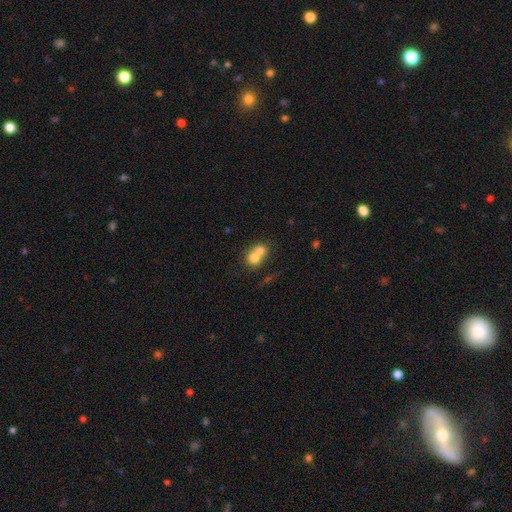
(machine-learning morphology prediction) Q: Smooth or featured?
A: smooth (70%); runner-up: featured or disk (20%)
Q: How rounded?
A: round (73%); runner-up: in between (26%)
Q: Merging?
A: merger (69%); runner-up: none (23%)